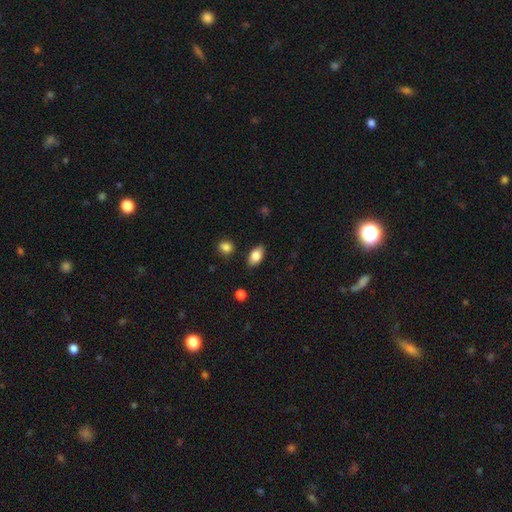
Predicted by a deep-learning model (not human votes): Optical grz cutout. It shows a smooth galaxy with no disk features (83%) that is in between round and cigar-shaped (90%). Merging: none (85%).